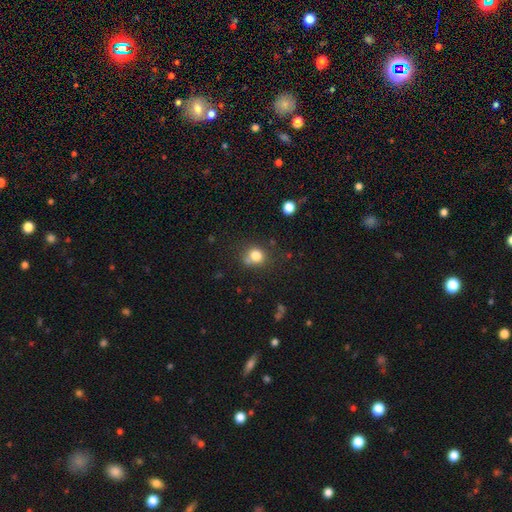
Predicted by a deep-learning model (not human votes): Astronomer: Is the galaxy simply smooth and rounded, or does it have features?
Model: smooth — 80%.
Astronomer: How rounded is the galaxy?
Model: round — 78%.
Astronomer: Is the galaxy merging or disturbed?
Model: none — 66%.